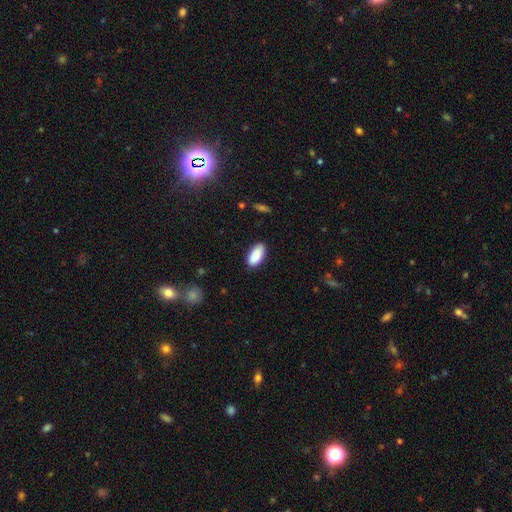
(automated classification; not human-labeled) Overall: smooth (89%). How rounded: in between (91%). Merging: none (86%).